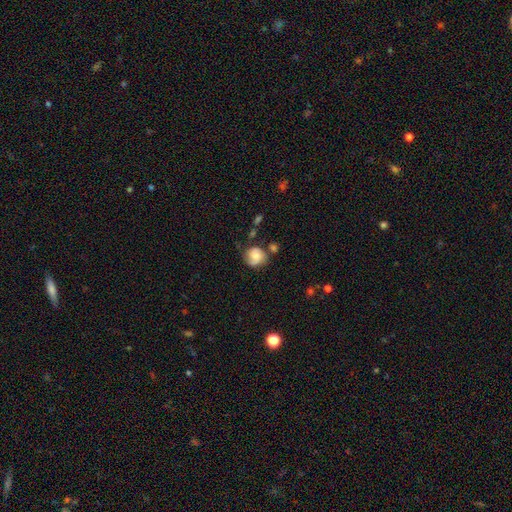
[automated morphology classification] Q: Smooth or featured?
A: smooth (54%); runner-up: featured or disk (38%)
Q: How rounded?
A: round (79%); runner-up: in between (20%)
Q: Merging?
A: none (56%); runner-up: minor disturbance (25%)